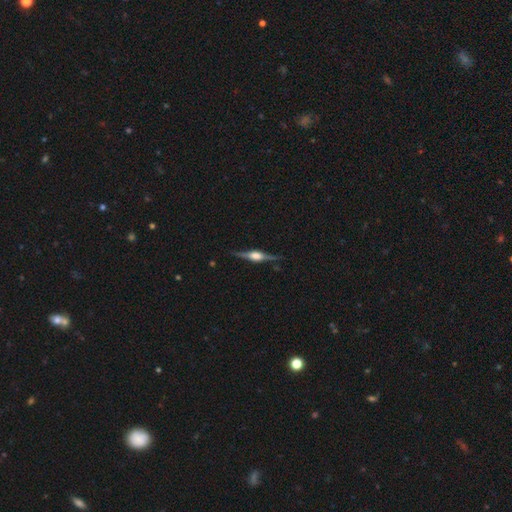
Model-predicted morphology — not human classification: This is clearly a featured or disk galaxy (85%). It is clearly viewed edge-on (98%). Edge-on bulge: clearly rounded (88%). Merging: clearly none (88%).